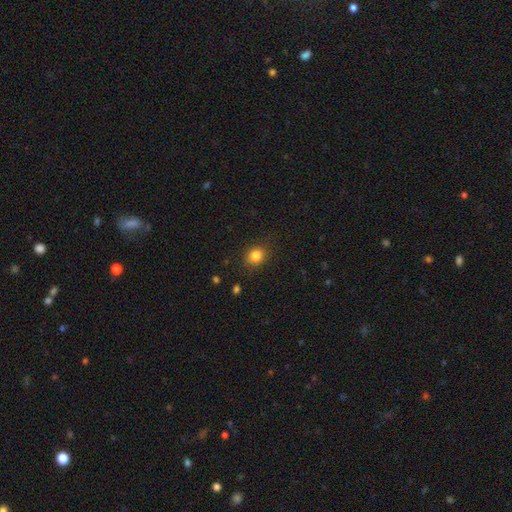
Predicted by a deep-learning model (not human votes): Morphology: type=smooth (84%); roundness=round (67%); merging=none (85%).